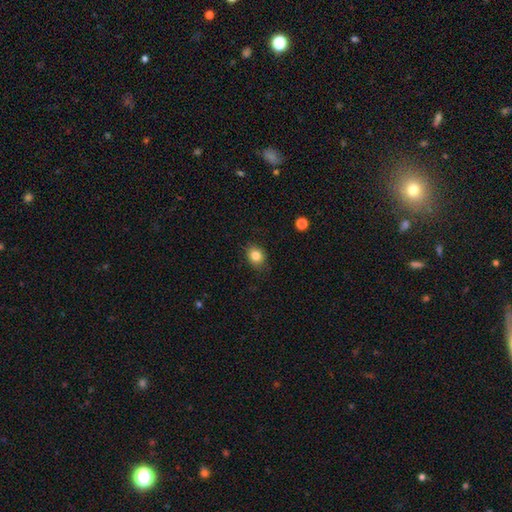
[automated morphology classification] A smooth galaxy with no disk features (82%) that is round (55%). Merging: none (82%).